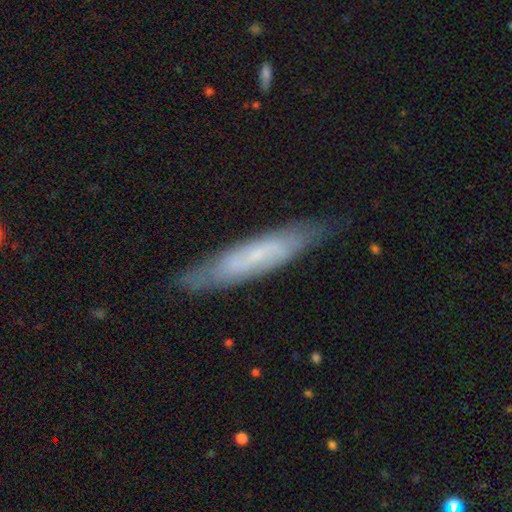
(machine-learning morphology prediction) Smooth or featured?
  - featured or disk: 54% *
  - smooth: 39%
  - star or artifact: 7%
Edge-on disk?
  - yes: 50% * (tied)
  - no: 50% * (tied)
Merging?
  - none: 80% *
  - minor disturbance: 15%
  - major disturbance: 3%
  - merger: 1%